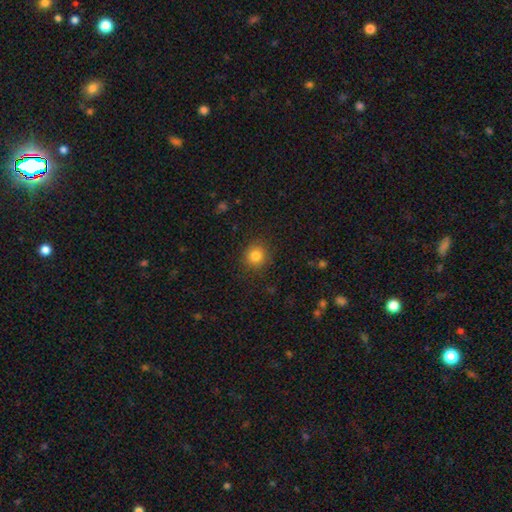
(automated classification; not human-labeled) Overall: smooth (82%). How rounded: round (92%). Merging: none (89%).